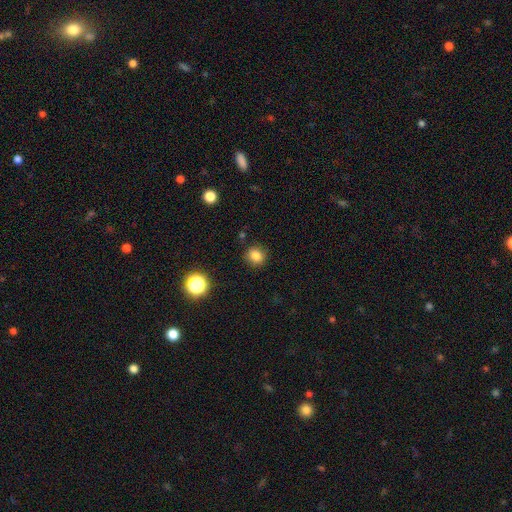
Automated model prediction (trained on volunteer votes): Smooth or featured? smooth (82%)
How rounded? round (83%)
Merging? none (89%)